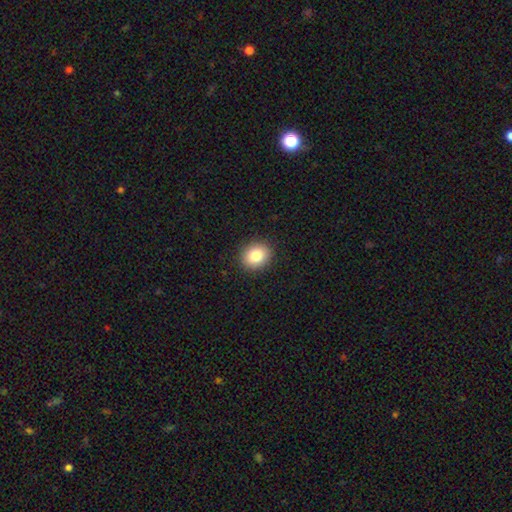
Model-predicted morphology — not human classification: The model was most divided on "how rounded": round: 64%, in between: 36%, cigar-shaped: 1%. More confident: merging — none (90%); smooth or featured — smooth (83%).